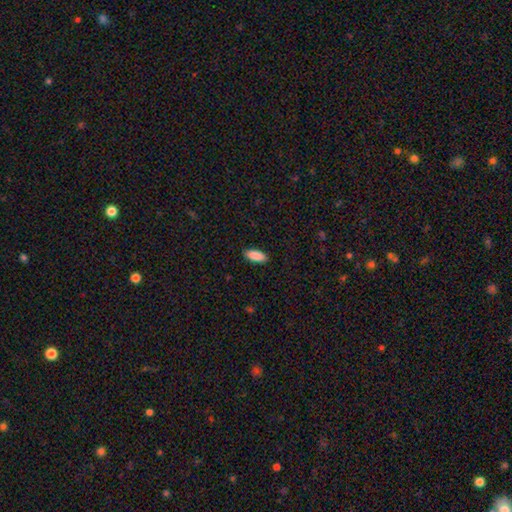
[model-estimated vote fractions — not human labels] A smooth galaxy with no disk features (89%) that is in between round and cigar-shaped (86%).

Vote fractions:
- Smooth or featured? smooth: 89% / star or artifact: 6% / featured or disk: 5%
- How rounded? in between: 86% / cigar-shaped: 12% / round: 2%
- Merging? none: 89% / minor disturbance: 8% / major disturbance: 2% / merger: 1%